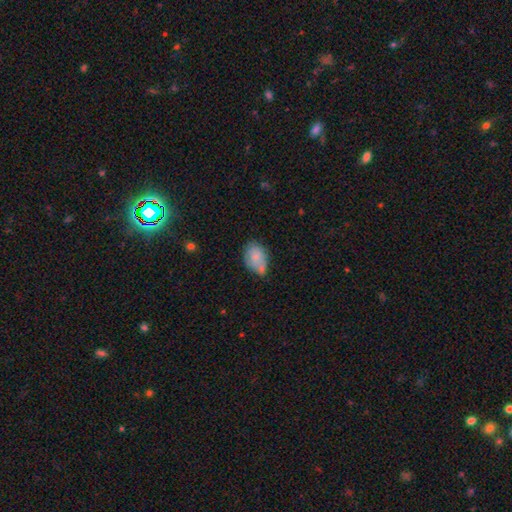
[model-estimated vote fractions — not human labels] This appears to be a smooth galaxy with no disk features (74%) that is in between round and cigar-shaped (82%). Merging: none (45%).